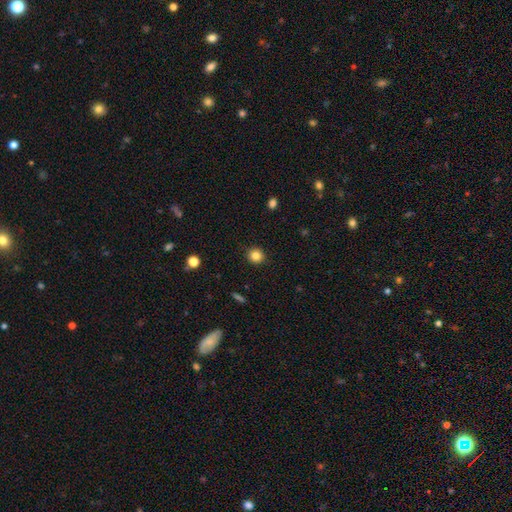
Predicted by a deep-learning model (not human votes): smooth_or_featured: smooth (p=0.84) [alt: star or artifact p=0.11]
how_rounded: round (p=0.93) [alt: in between p=0.06]
merging: none (p=0.91) [alt: minor disturbance p=0.06]